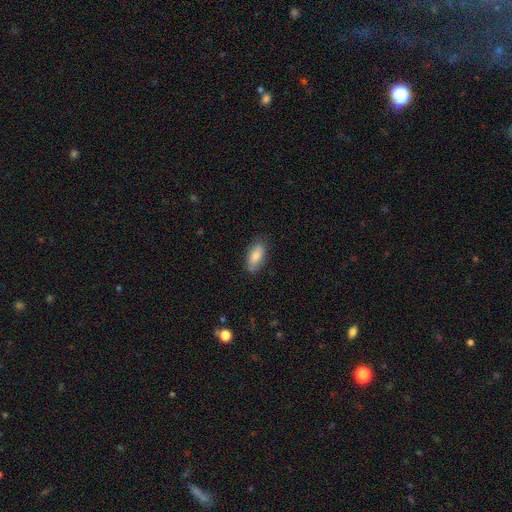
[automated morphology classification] Overall: smooth (81%). How rounded: in between (88%). Merging: none (79%).